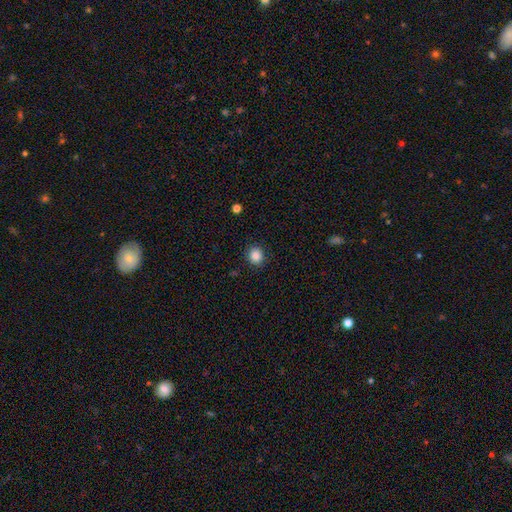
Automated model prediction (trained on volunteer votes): This appears to be a smooth galaxy with no disk features (87%) that is round (83%). Merging: none (90%).